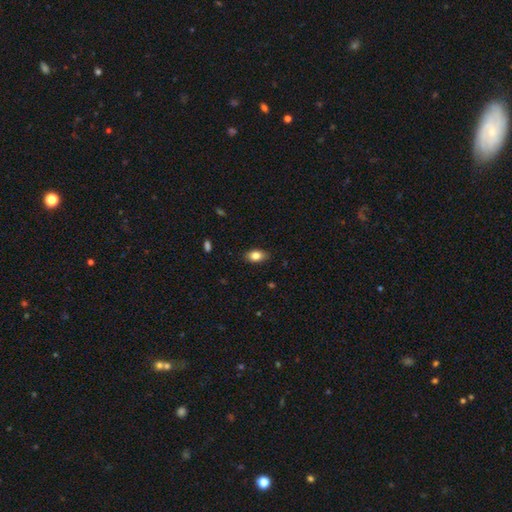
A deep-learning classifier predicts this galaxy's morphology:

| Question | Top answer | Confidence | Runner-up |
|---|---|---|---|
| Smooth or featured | smooth | 82% | featured or disk (10%) |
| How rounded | in between | 87% | round (10%) |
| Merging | none | 85% | minor disturbance (12%) |